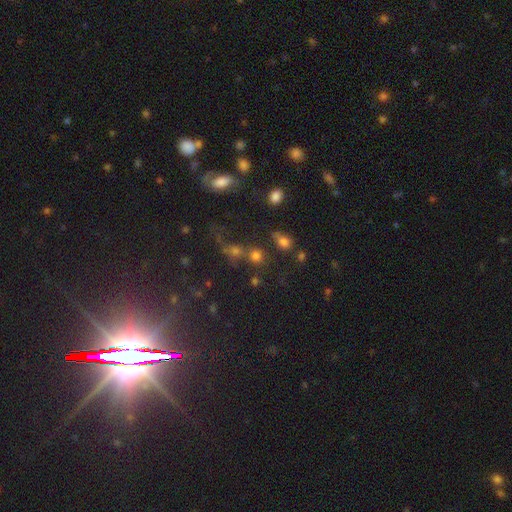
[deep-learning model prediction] Smooth or featured?
  - smooth: 66% *
  - star or artifact: 25%
  - featured or disk: 9%
How rounded?
  - round: 81% *
  - in between: 17%
  - cigar-shaped: 2%
Merging?
  - none: 56% *
  - merger: 25%
  - minor disturbance: 11%
  - major disturbance: 8%